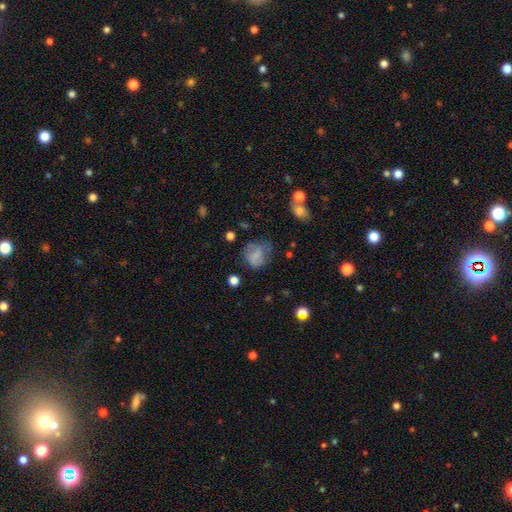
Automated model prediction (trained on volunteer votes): Smooth or featured? Predicted: smooth (p=0.72). How rounded? Predicted: in between (p=0.51). Merging? Predicted: none (p=0.49).